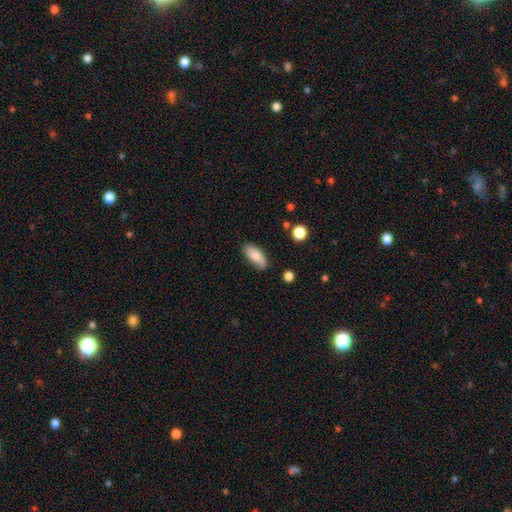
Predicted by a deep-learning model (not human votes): Overall: smooth (78%). How rounded: in between (84%). Merging: none (74%).